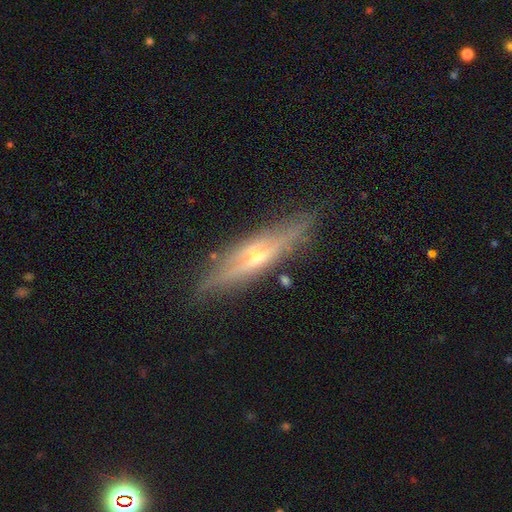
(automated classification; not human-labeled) Smooth or featured? featured or disk (78%)
Edge-on disk? yes (93%)
Edge-on bulge? rounded (85%)
Merging? none (84%)